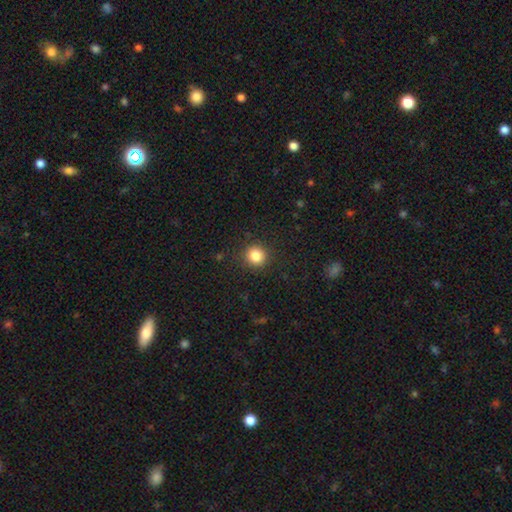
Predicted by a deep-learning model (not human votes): Morphology: type=smooth (84%); roundness=round (92%); merging=none (90%).